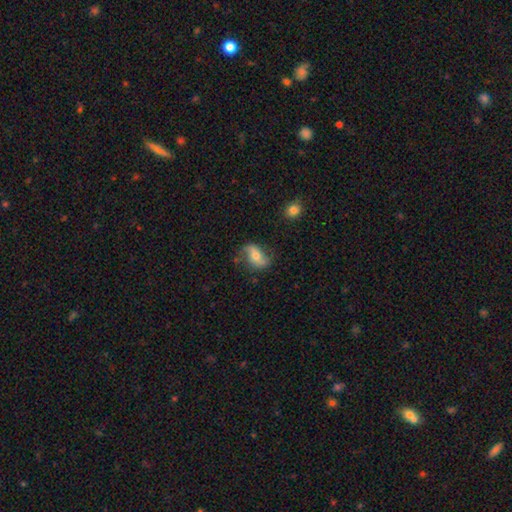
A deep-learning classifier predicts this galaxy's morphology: Smooth or featured: featured or disk — 60% (smooth — 33%)
Edge-on disk: no — 92% (yes — 8%)
Bar: no — 46% (weak — 29%)
Spiral arms: yes — 85% (no — 15%)
Bulge size: moderate — 58% (small — 34%)
Merging: none — 68% (minor disturbance — 22%)